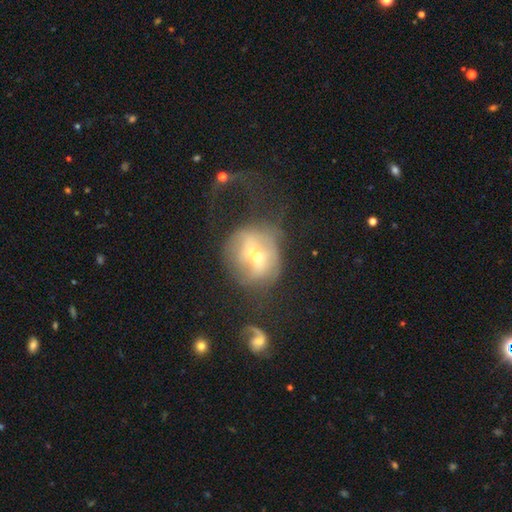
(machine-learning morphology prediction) type=featured or disk (55%); edge-on=no (93%); bar=no (40%); spiral arms=no (56%); bulge=moderate (50%); merging=major disturbance (40%).